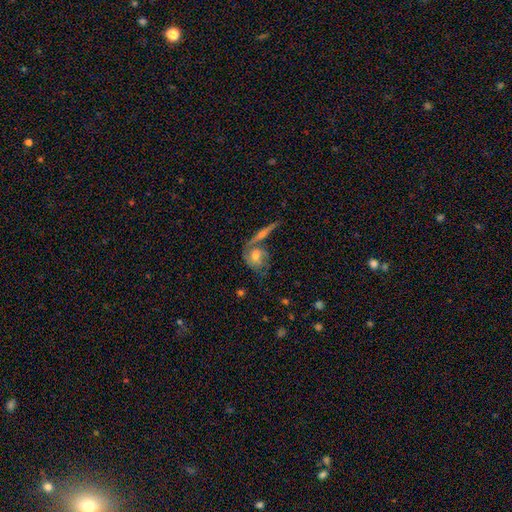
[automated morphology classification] This is likely a featured or disk galaxy (70%). It is clearly not viewed edge-on (86%). Bar: likely no (69%). Spiral arm pattern: clearly yes (86%). Spiral arm count: possibly 2 (57%). Spiral winding: possibly tight (47%). Central bulge: likely moderate (64%). Merging: possibly none (46%).